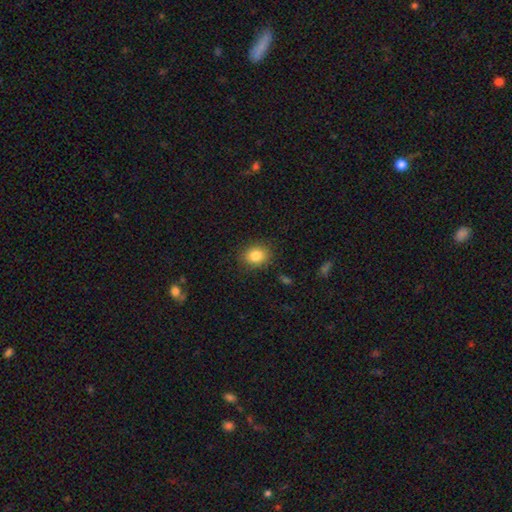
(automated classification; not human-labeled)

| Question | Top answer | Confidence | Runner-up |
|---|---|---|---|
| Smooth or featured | smooth | 84% | star or artifact (10%) |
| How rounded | round | 57% | in between (42%) |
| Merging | none | 86% | minor disturbance (10%) |